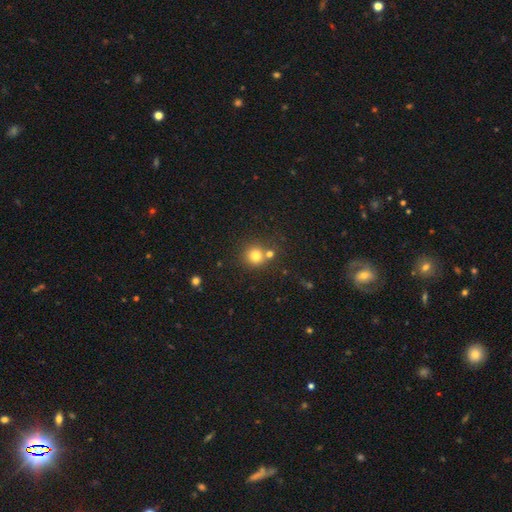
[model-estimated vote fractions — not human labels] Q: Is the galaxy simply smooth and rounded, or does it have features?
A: smooth — 78%.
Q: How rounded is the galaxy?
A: round — 92%.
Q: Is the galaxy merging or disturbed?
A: none — 66%.